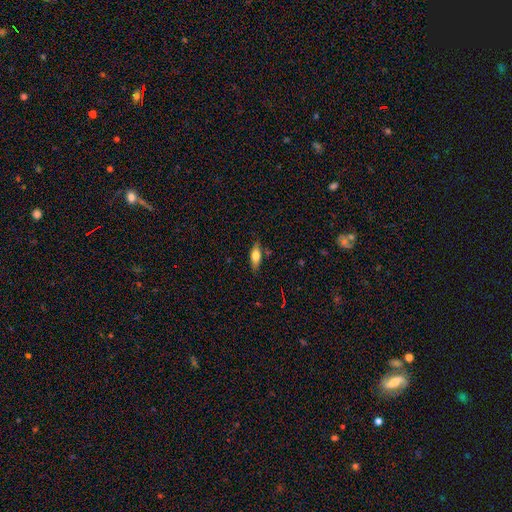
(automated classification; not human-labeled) Smooth or featured: smooth — 61% (featured or disk — 31%)
How rounded: in between — 65% (cigar-shaped — 32%)
Merging: none — 78% (minor disturbance — 16%)